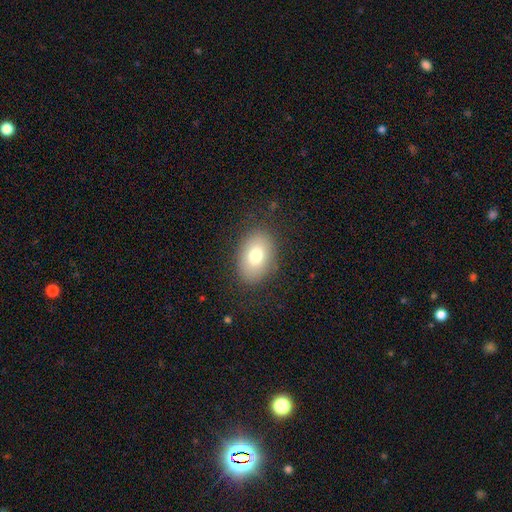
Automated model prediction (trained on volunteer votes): smooth 77%, featured or disk 14%, star or artifact 9%. Down the decision tree: how rounded — in between (82%); merging — none (84%).